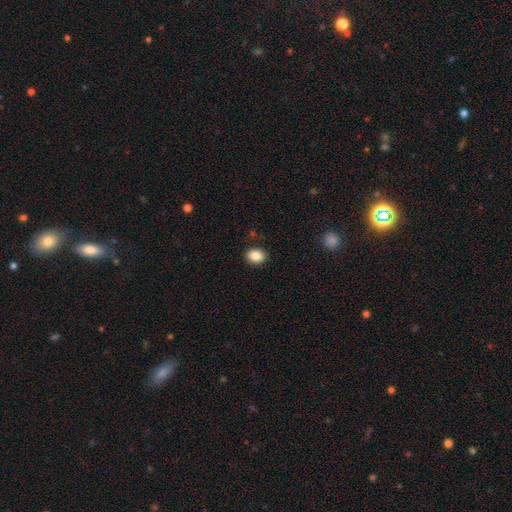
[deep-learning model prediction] Smooth or featured? Predicted: smooth (p=0.87). How rounded? Predicted: in between (p=0.62). Merging? Predicted: none (p=0.89).